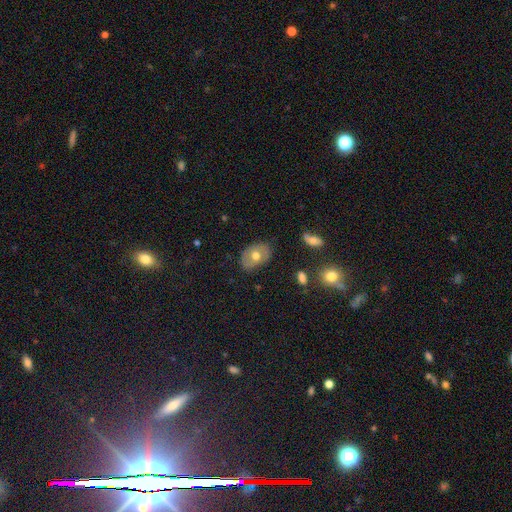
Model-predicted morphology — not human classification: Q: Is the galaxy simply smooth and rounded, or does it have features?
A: smooth — 56%.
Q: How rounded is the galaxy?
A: in between — 76%.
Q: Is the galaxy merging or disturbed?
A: none — 79%.